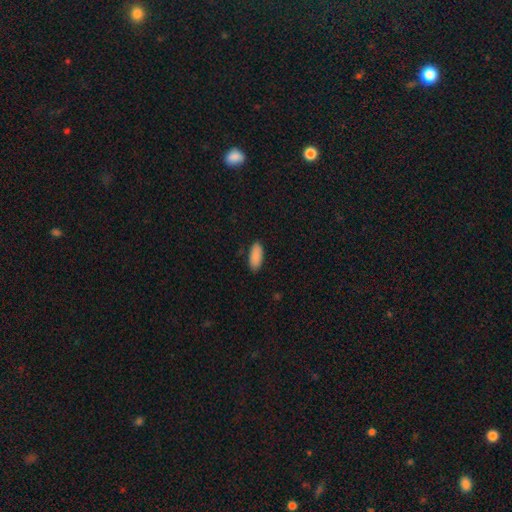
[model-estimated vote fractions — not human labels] This appears to be a smooth galaxy with no disk features (90%) that is in between round and cigar-shaped (88%). Merging: none (87%).